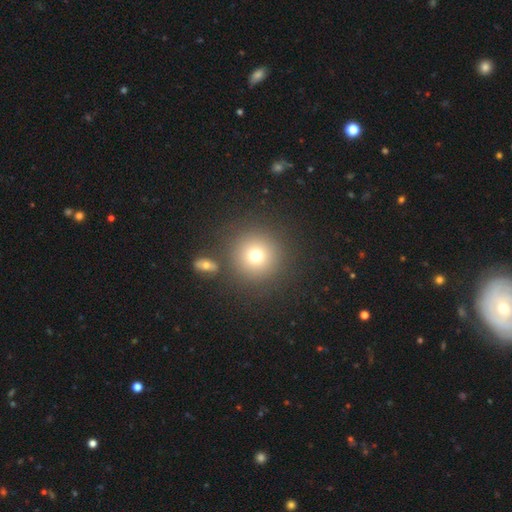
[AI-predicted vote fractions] Smooth or featured: smooth — 72% (star or artifact — 17%)
How rounded: round — 95% (in between — 4%)
Merging: none — 83% (merger — 6%)